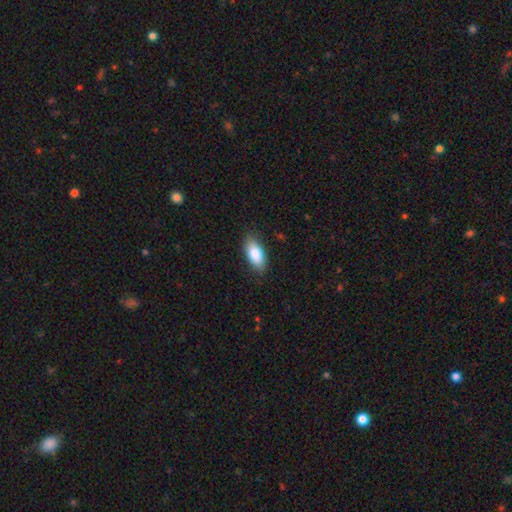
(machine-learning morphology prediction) Smooth or featured? Predicted: smooth (p=0.85). How rounded? Predicted: in between (p=0.88). Merging? Predicted: none (p=0.85).